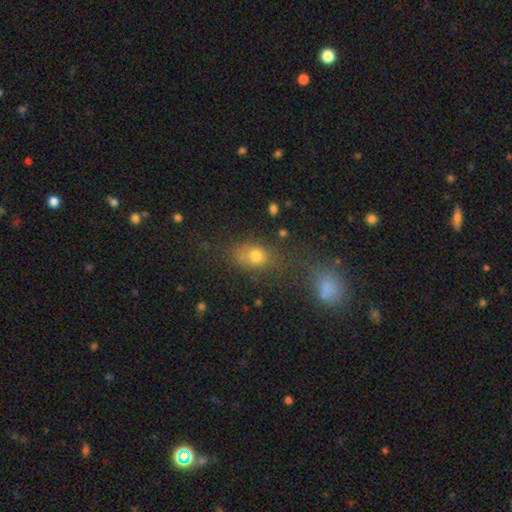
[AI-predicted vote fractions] The model was most divided on "how rounded": in between: 58%, round: 38%, cigar-shaped: 4%. More confident: smooth or featured — smooth (72%); merging — none (54%).